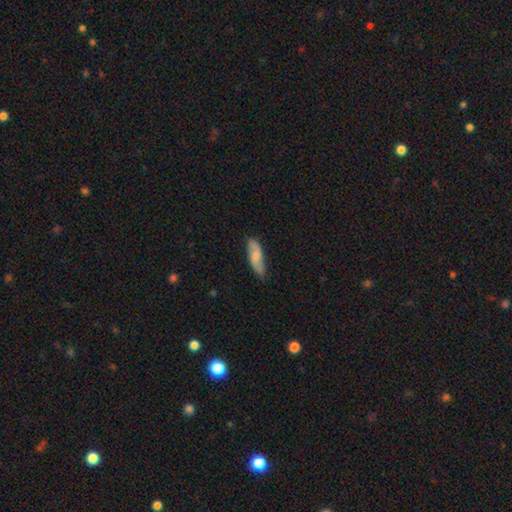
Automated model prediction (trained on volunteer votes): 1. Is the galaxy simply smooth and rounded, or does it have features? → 59% smooth, 35% featured or disk, 6% star or artifact.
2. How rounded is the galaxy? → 54% in between, 44% cigar-shaped, 2% round.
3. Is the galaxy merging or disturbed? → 76% none, 19% minor disturbance, 3% major disturbance, 1% merger.